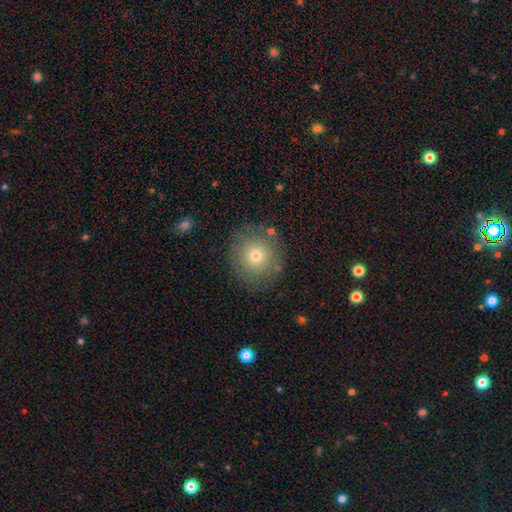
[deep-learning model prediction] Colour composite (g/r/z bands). It shows a smooth galaxy with no disk features (70%) that is round (92%). Merging: none (84%).